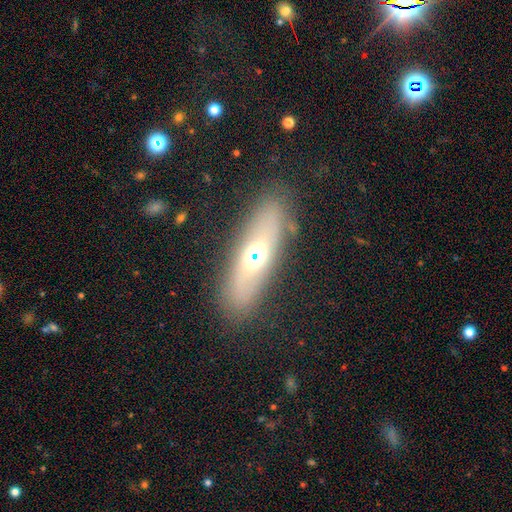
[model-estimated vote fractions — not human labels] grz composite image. It shows a smooth galaxy with no disk features (45%). Merging: none (82%).